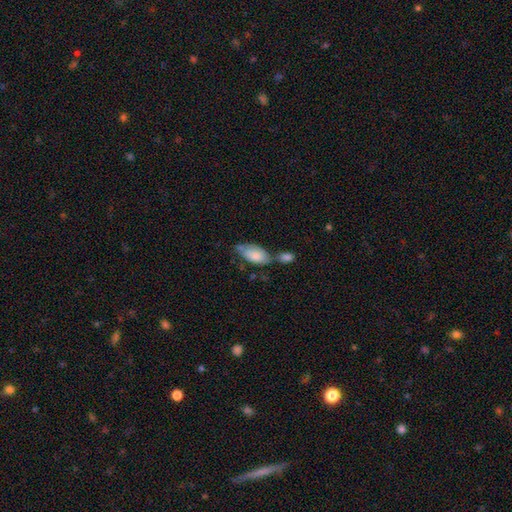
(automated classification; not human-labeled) The model was most divided on "merging": merger: 36%, none: 34%, minor disturbance: 21%, major disturbance: 8%. More confident: how rounded — in between (92%); smooth or featured — smooth (79%).